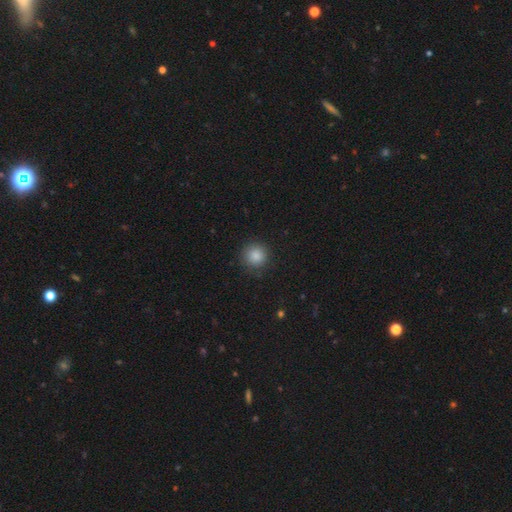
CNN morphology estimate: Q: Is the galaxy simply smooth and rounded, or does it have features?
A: smooth — 86%.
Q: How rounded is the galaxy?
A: round — 94%.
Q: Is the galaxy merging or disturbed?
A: none — 88%.